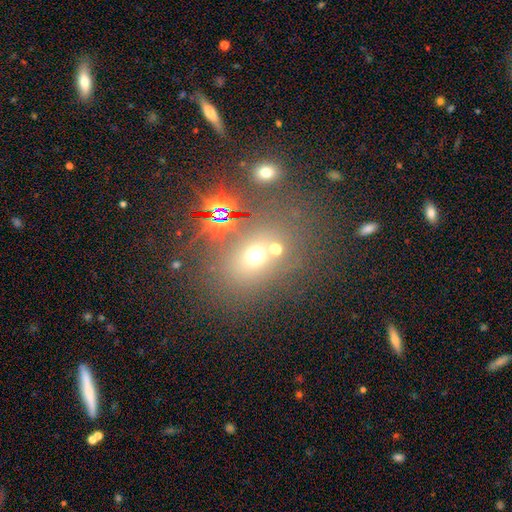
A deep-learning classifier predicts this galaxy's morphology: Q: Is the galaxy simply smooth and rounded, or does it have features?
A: smooth — 53%.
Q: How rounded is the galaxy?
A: in between — 49%, tied with round.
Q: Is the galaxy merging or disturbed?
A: none — 62%.